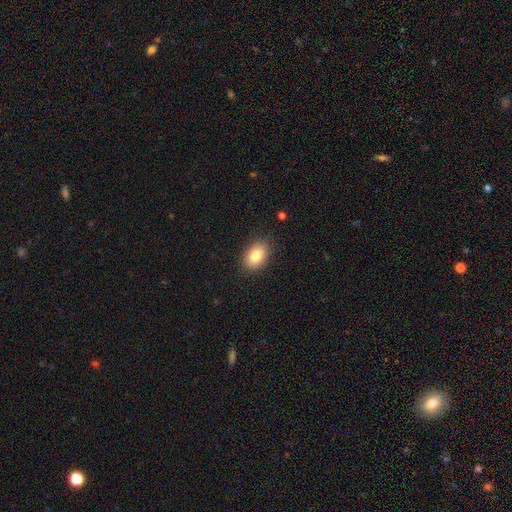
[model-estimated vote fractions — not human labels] Overall: smooth (83%). How rounded: in between (82%). Merging: none (86%).